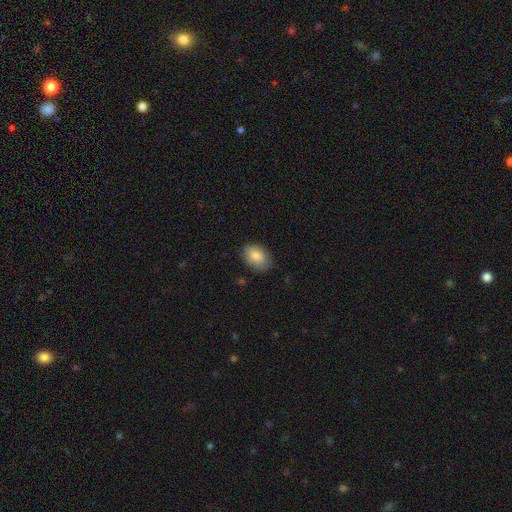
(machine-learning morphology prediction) smooth_or_featured: smooth (p=0.85) [alt: featured or disk p=0.08]
how_rounded: in between (p=0.85) [alt: round p=0.14]
merging: none (p=0.81) [alt: minor disturbance p=0.15]